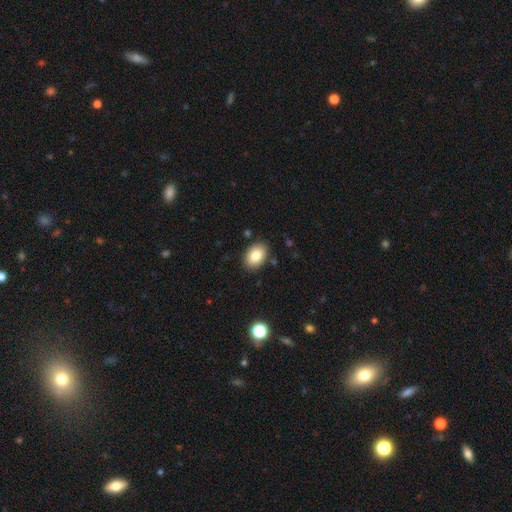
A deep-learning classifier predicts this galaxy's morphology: Smooth or featured?
  - smooth: 83% *
  - featured or disk: 9%
  - star or artifact: 8%
How rounded?
  - in between: 82% *
  - round: 17%
  - cigar-shaped: 1%
Merging?
  - none: 88% *
  - minor disturbance: 9%
  - major disturbance: 2%
  - merger: 2%